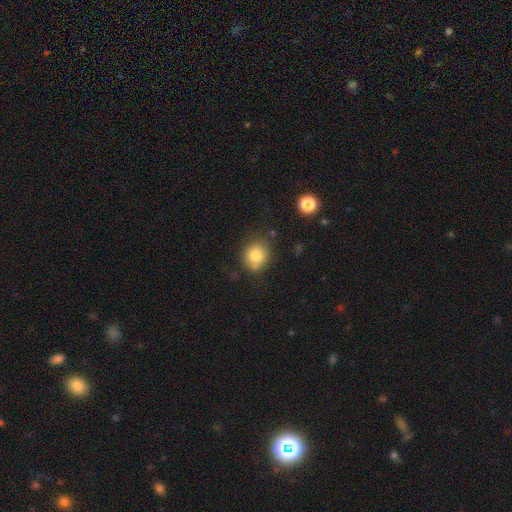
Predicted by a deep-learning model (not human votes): smooth_or_featured: smooth (p=0.80) [alt: star or artifact p=0.10]
how_rounded: round (p=0.82) [alt: in between p=0.17]
merging: none (p=0.71) [alt: minor disturbance p=0.17]